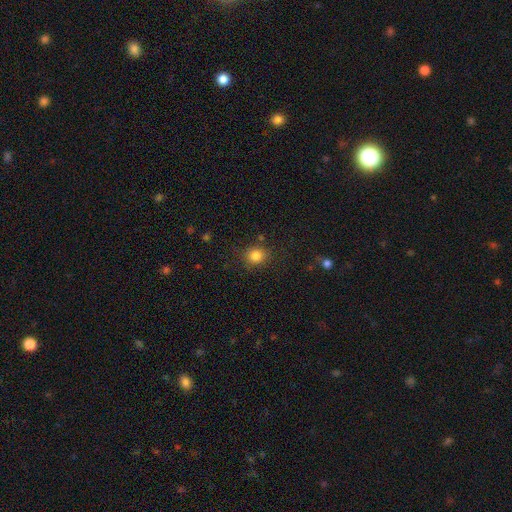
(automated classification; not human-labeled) Smooth or featured: smooth — 83% (star or artifact — 12%)
How rounded: round — 81% (in between — 19%)
Merging: none — 83% (minor disturbance — 11%)